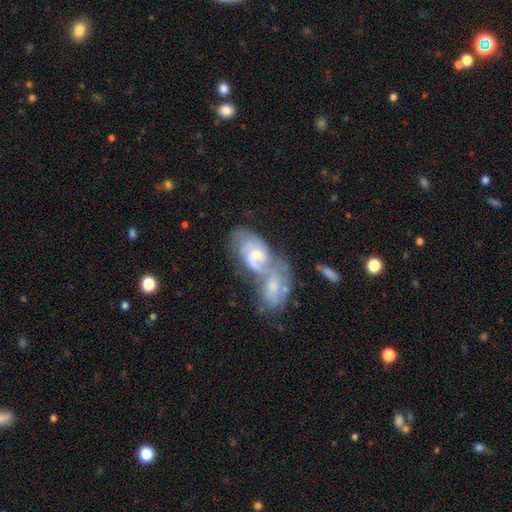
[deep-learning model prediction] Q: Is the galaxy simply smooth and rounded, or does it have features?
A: featured or disk — 76%.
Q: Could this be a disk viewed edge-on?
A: no — 96%.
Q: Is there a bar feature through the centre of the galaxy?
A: no — 53%.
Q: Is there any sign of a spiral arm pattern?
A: yes — 89%.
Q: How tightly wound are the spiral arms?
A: tight — 46%.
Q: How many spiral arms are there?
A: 2 — 59%.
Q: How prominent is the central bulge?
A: moderate — 49%.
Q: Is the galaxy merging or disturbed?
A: merger — 71%.